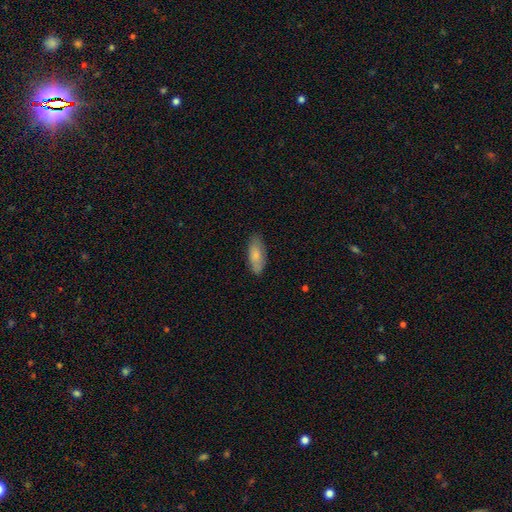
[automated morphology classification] Smooth or featured? smooth (78%)
How rounded? in between (81%)
Merging? none (81%)